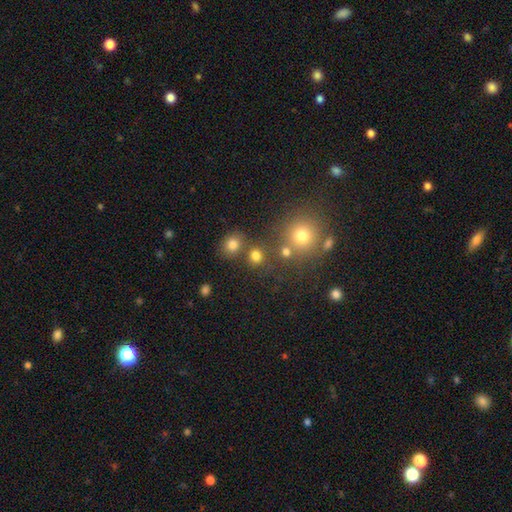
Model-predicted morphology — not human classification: smooth_or_featured: smooth (p=0.77) [alt: star or artifact p=0.17]
how_rounded: round (p=0.83) [alt: in between p=0.15]
merging: none (p=0.71) [alt: merger p=0.17]